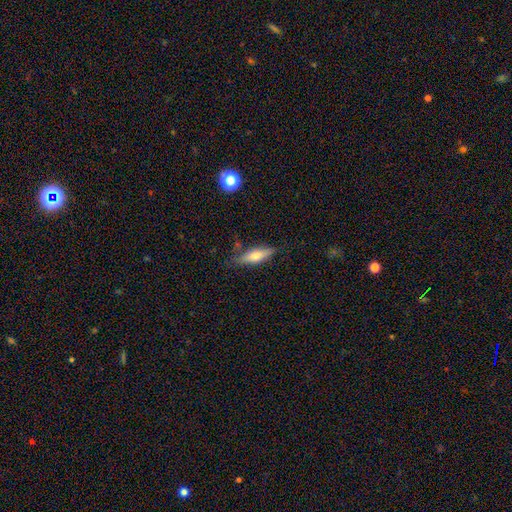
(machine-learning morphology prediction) Smooth or featured: smooth — 62% (featured or disk — 31%)
How rounded: cigar-shaped — 51% (in between — 46%)
Merging: none — 76% (minor disturbance — 18%)